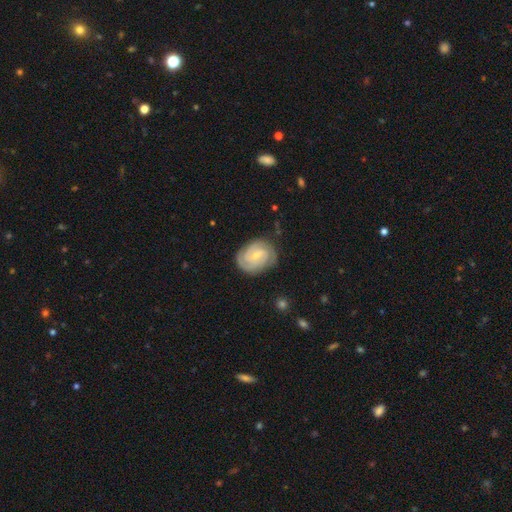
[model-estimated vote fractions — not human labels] This is clearly a featured or disk galaxy (84%). It is clearly not viewed edge-on (98%). Bar: possibly weak (49%). Spiral arm pattern: clearly yes (97%). Spiral arm count: marginally 2 (35%). Spiral winding: likely tight (70%). Central bulge: likely small (69%). Merging: likely none (79%).